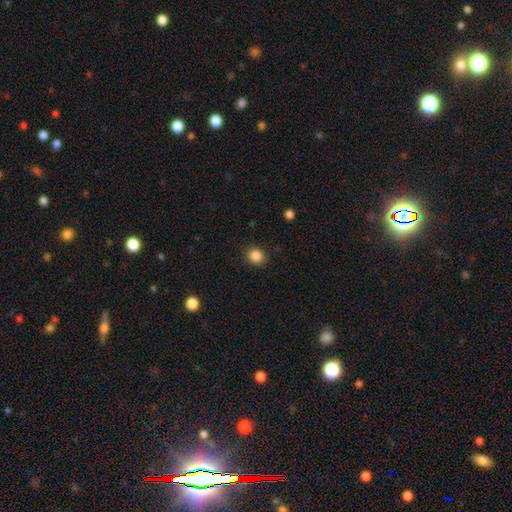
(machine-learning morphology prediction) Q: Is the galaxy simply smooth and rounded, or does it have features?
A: smooth — 86%.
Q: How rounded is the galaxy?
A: round — 78%.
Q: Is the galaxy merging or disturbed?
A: none — 88%.